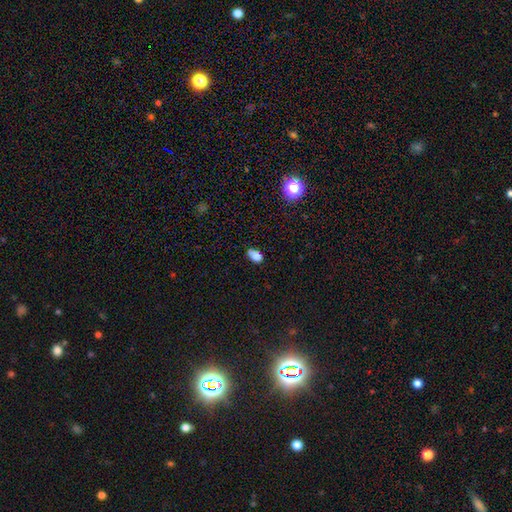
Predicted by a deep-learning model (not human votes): Smooth or featured? smooth (79%)
How rounded? in between (82%)
Merging? none (52%)